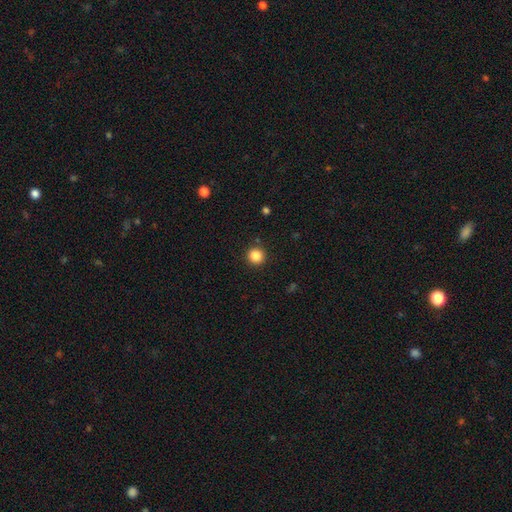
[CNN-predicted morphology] A smooth galaxy with no disk features (85%) that is round (94%). Merging: none (91%).